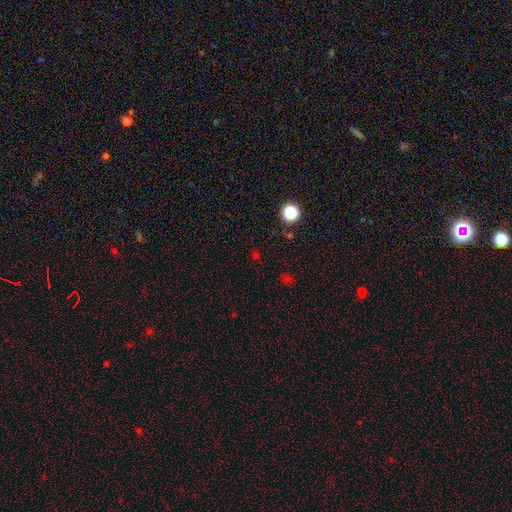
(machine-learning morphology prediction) smooth-or-featured: star or artifact: 54% | smooth: 40% | featured or disk: 7%